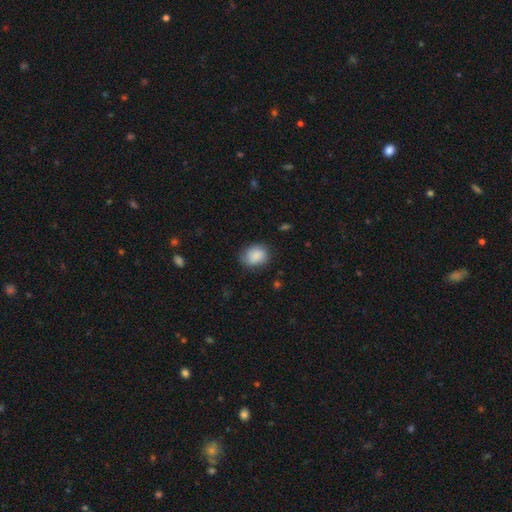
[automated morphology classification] This appears to be a smooth galaxy with no disk features (85%) that is round (52%). Merging: none (74%).